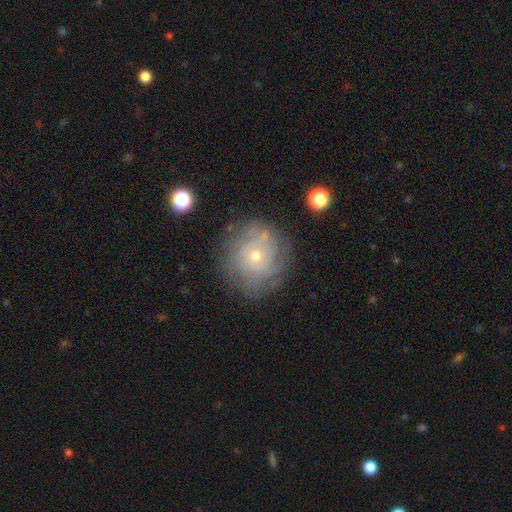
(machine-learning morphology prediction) The model was most divided on "bulge size": small: 64%, moderate: 32%, large: 2%, none: 1%, dominant: 1%. More confident: edge-on disk — no (97%); bar — no (85%); merging — none (75%); spiral arms — yes (75%); smooth or featured — featured or disk (62%).